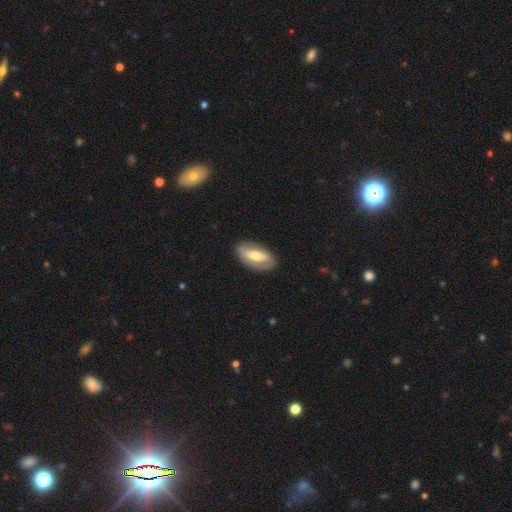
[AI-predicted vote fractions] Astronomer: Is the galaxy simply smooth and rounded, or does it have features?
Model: featured or disk — 50% (runner-up: smooth, 45%).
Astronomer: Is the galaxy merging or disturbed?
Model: none — 81%.